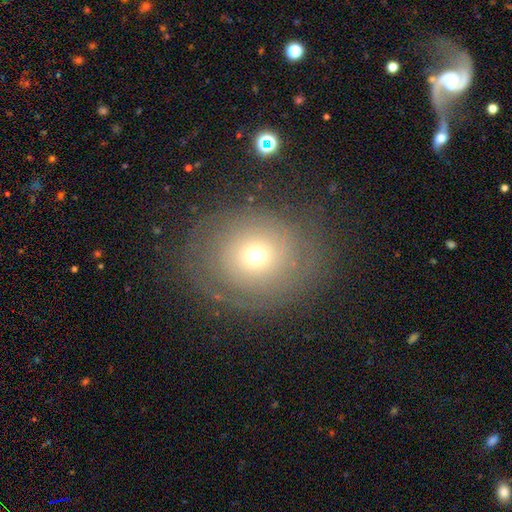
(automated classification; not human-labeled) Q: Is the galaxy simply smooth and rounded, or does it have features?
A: smooth — 44%.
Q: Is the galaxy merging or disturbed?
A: none — 74%.